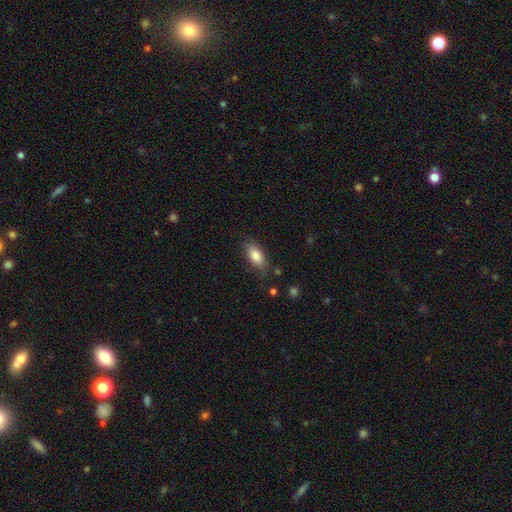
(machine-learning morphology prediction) A smooth galaxy with no disk features (83%) that is in between round and cigar-shaped (88%). Merging: none (79%).